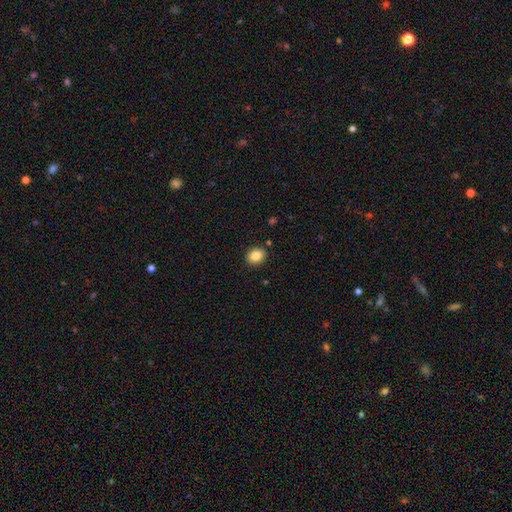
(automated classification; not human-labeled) Morphology: type=smooth (86%); roundness=round (51%); merging=none (89%).